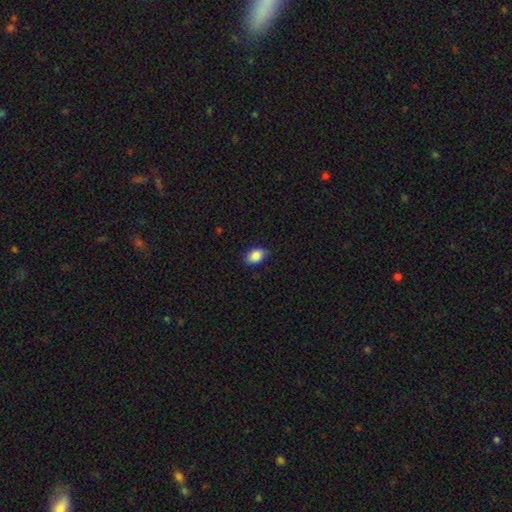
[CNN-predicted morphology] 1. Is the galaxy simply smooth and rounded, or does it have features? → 88% smooth, 8% star or artifact, 4% featured or disk.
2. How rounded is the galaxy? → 82% in between, 16% round, 1% cigar-shaped.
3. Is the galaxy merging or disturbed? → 81% none, 15% minor disturbance, 2% major disturbance, 1% merger.